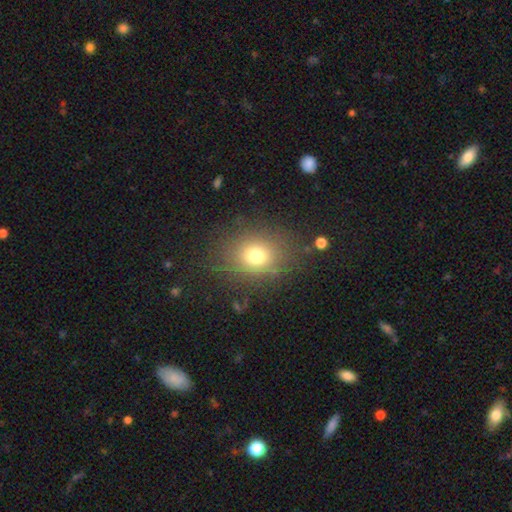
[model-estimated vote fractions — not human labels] Smooth or featured? smooth (73%)
How rounded? round (61%)
Merging? none (80%)